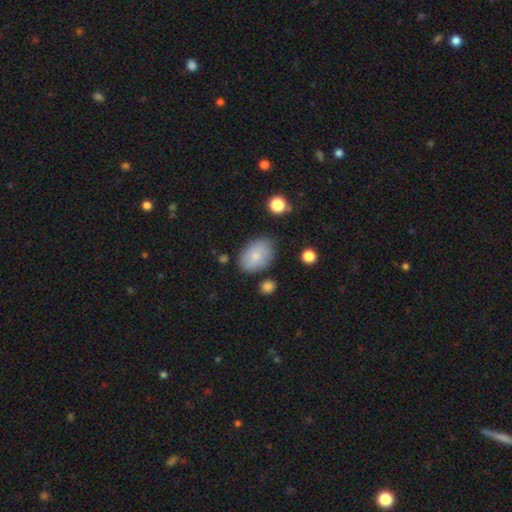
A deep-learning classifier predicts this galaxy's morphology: smooth-or-featured: smooth: 80% | featured or disk: 12% | star or artifact: 7%
  how-rounded: in between: 86% | round: 13% | cigar-shaped: 1%
  merging: none: 75% | minor disturbance: 17% | major disturbance: 4% | merger: 4%